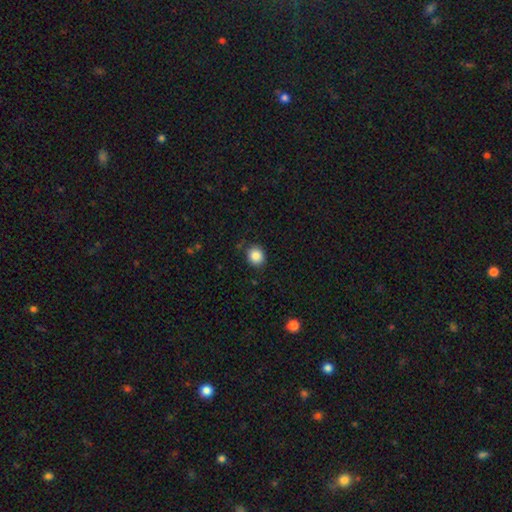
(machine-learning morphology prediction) smooth_or_featured: smooth (p=0.86) [alt: star or artifact p=0.10]
how_rounded: round (p=0.81) [alt: in between p=0.18]
merging: none (p=0.86) [alt: minor disturbance p=0.10]